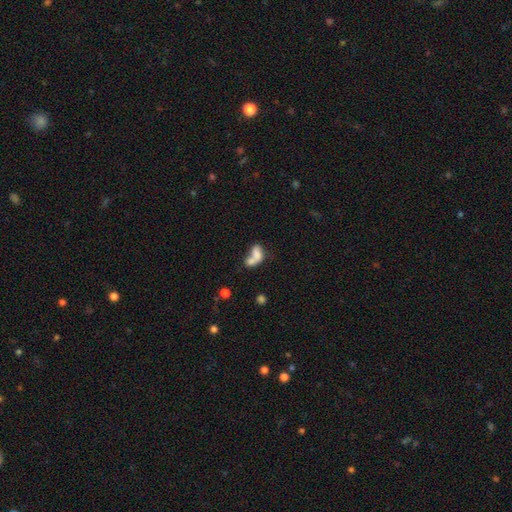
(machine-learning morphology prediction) Smooth or featured? smooth (71%)
How rounded? in between (82%)
Merging? merger (66%)